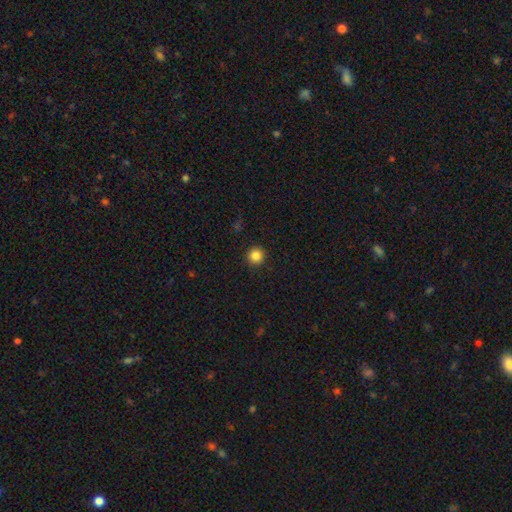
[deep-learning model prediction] Overall: smooth (86%). How rounded: round (95%). Merging: none (92%).